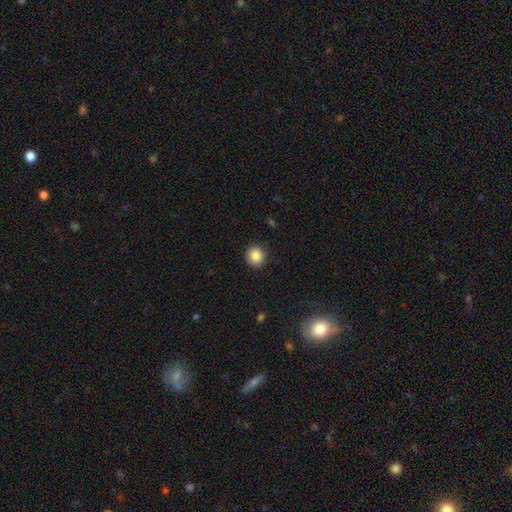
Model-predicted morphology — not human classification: This appears to be a smooth galaxy with no disk features (86%) that is round (88%). Merging: none (90%).